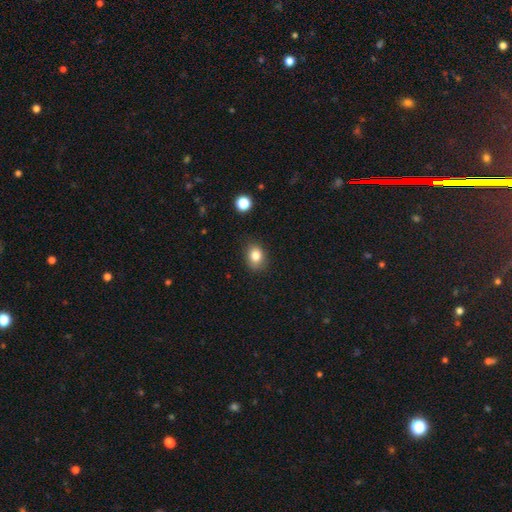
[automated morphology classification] This appears to be a smooth galaxy with no disk features (82%) that is in between round and cigar-shaped (53%). Merging: none (83%).